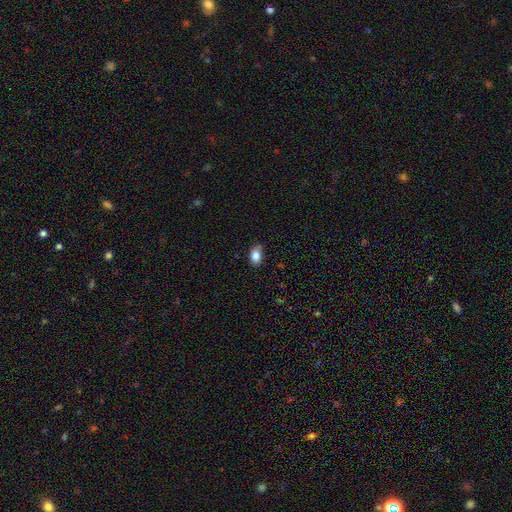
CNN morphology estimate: Smooth or featured?
  - smooth: 85% *
  - star or artifact: 9%
  - featured or disk: 7%
How rounded?
  - in between: 83% *
  - round: 15%
  - cigar-shaped: 1%
Merging?
  - none: 72% *
  - minor disturbance: 23%
  - major disturbance: 4%
  - merger: 2%